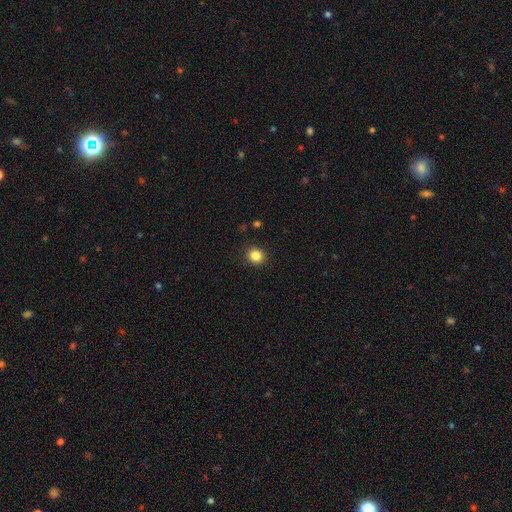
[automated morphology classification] smooth-or-featured: smooth: 85% | star or artifact: 11% | featured or disk: 4%
  how-rounded: round: 79% | in between: 21% | cigar-shaped: 1%
  merging: none: 90% | minor disturbance: 7% | major disturbance: 2% | merger: 1%